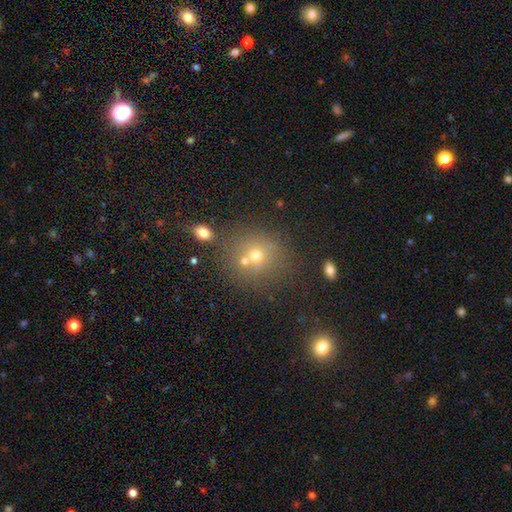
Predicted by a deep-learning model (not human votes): smooth_or_featured: smooth (p=0.61) [alt: star or artifact p=0.20]
how_rounded: round (p=0.82) [alt: in between p=0.17]
merging: none (p=0.54) [alt: merger p=0.31]